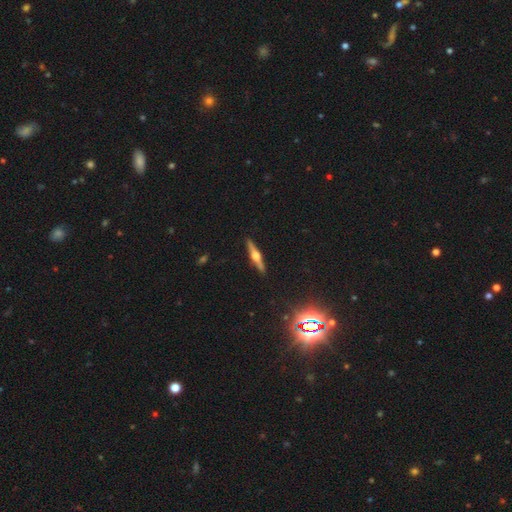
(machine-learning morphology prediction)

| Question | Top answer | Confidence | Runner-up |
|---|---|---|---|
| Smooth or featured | featured or disk | 75% | smooth (19%) |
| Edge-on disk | yes | 98% | no (2%) |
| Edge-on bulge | rounded | 94% | boxy (4%) |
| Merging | none | 91% | minor disturbance (6%) |